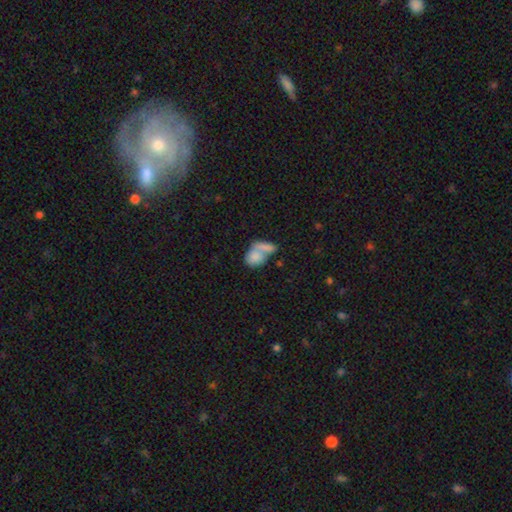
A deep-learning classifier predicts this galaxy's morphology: Smooth or featured? Predicted: smooth (p=0.79). How rounded? Predicted: in between (p=0.73). Merging? Predicted: merger (p=0.61).